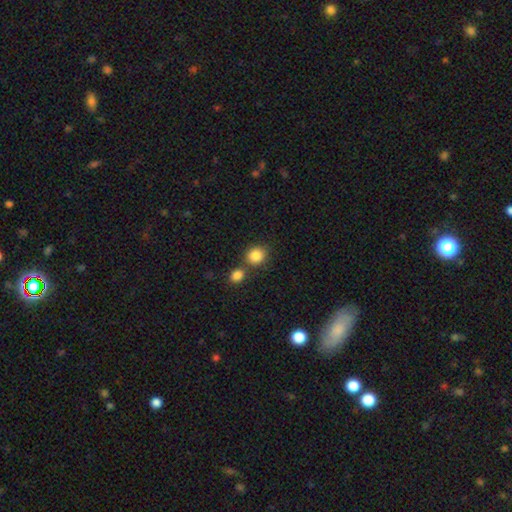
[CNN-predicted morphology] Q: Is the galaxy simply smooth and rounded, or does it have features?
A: smooth — 86%.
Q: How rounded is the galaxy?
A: round — 80%.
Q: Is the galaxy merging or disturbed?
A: none — 61%.